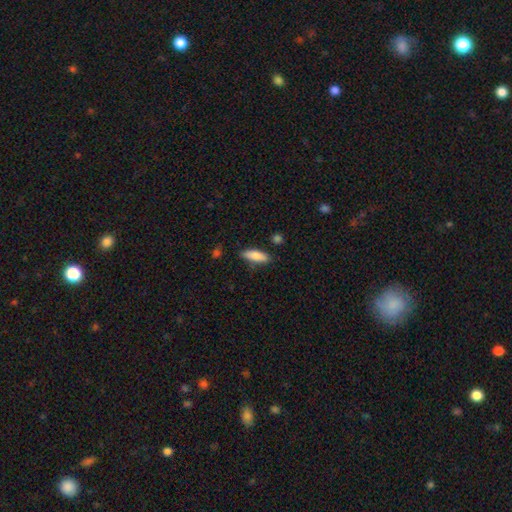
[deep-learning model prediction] smooth-or-featured: smooth: 85% | featured or disk: 9% | star or artifact: 6%
  how-rounded: in between: 59% | cigar-shaped: 39% | round: 2%
  merging: none: 81% | minor disturbance: 14% | major disturbance: 3% | merger: 3%